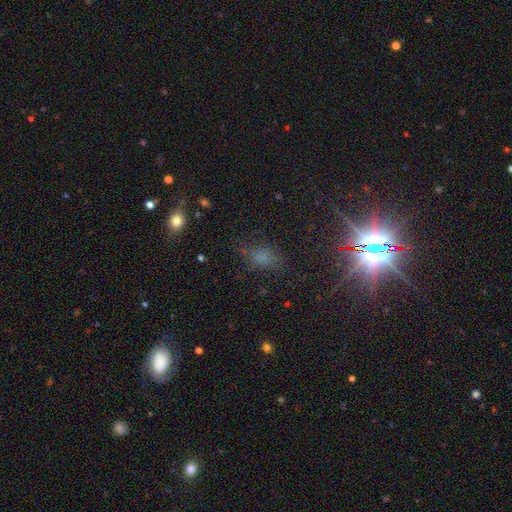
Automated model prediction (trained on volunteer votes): This appears to be a smooth galaxy with no disk features (58%) that is in between round and cigar-shaped (80%). Merging: none (67%).